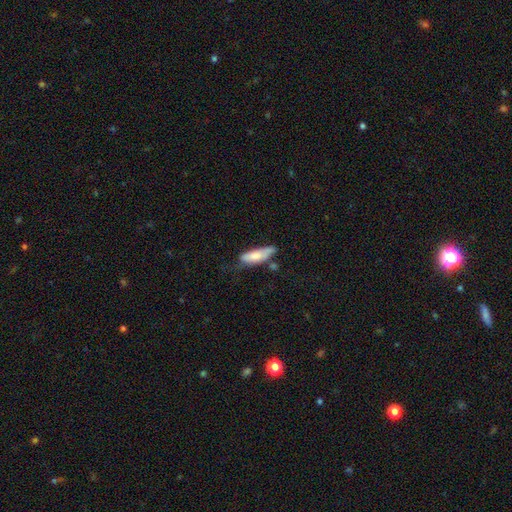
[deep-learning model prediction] A smooth galaxy with no disk features (75%) that is in between round and cigar-shaped (56%). Merging: none (41%).